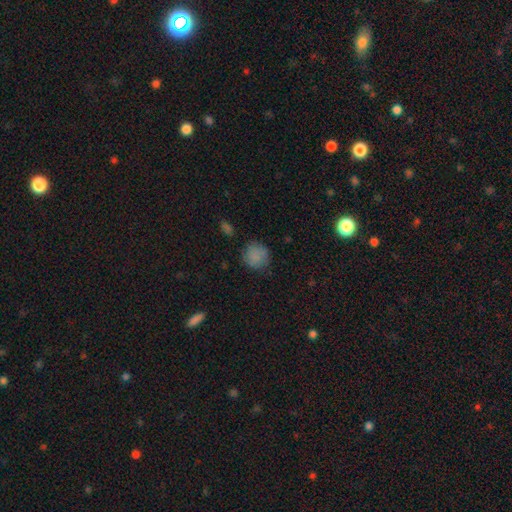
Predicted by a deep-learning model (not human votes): Q: Smooth or featured?
A: smooth (82%); runner-up: star or artifact (10%)
Q: How rounded?
A: round (86%); runner-up: in between (13%)
Q: Merging?
A: none (74%); runner-up: minor disturbance (18%)